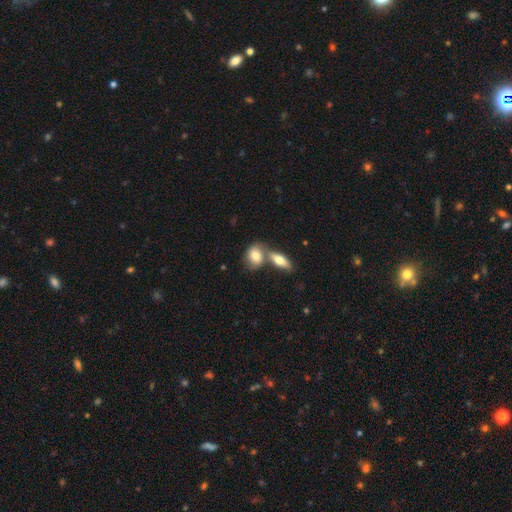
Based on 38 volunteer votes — Q: Smooth or featured?
A: smooth (71%); runner-up: featured or disk (29%)
Q: How rounded?
A: in between (70%); runner-up: round (26%)
Q: Merging?
A: merger (58%); runner-up: none (32%)